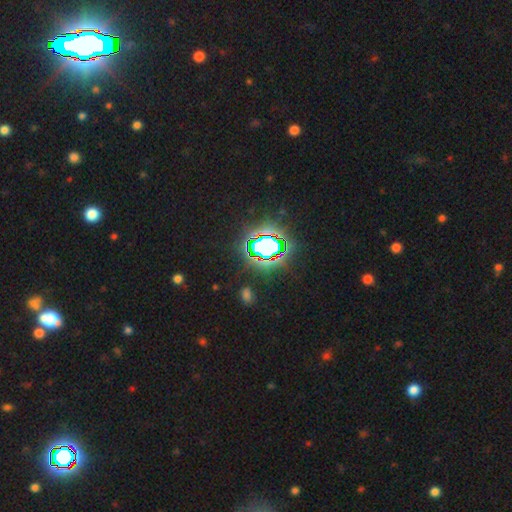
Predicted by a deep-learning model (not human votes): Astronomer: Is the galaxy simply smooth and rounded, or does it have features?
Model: star or artifact — 83%.